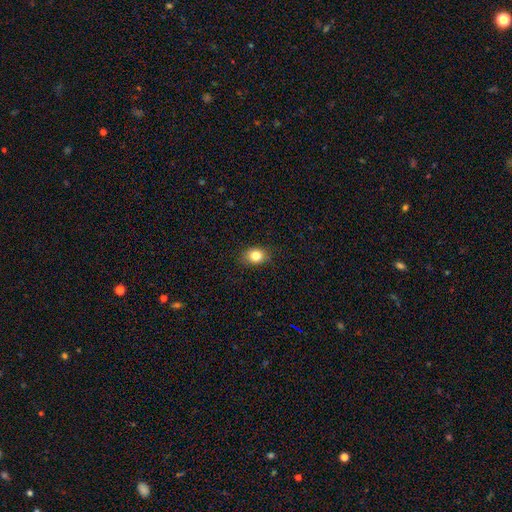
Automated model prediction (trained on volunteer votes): The model was most divided on "how rounded": round: 53%, in between: 46%, cigar-shaped: 1%. More confident: merging — none (85%); smooth or featured — smooth (83%).